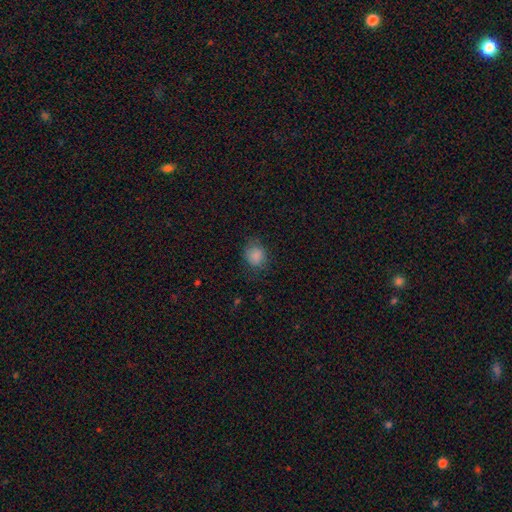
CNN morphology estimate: type=smooth (86%); roundness=round (70%); merging=none (74%).